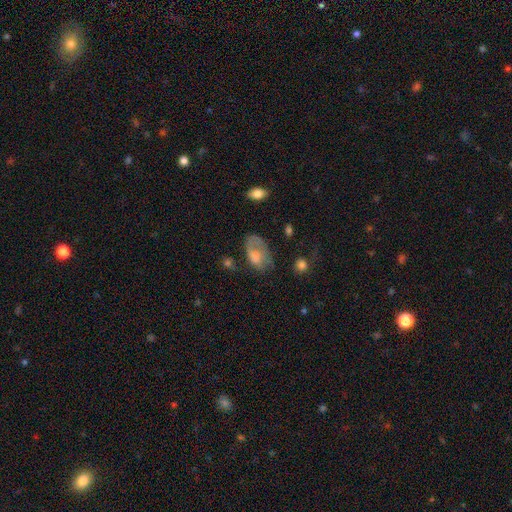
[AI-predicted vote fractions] Overall: smooth (64%; featured or disk 27%). How rounded: in between (90%). Merging: none (35%; major disturbance 32%).